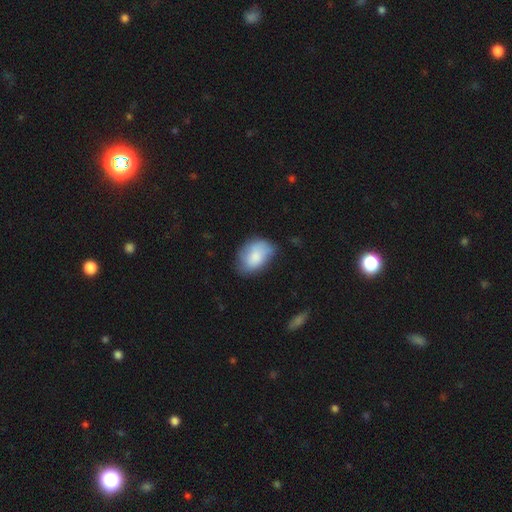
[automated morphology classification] Smooth or featured? smooth (76%)
How rounded? in between (83%)
Merging? none (58%)